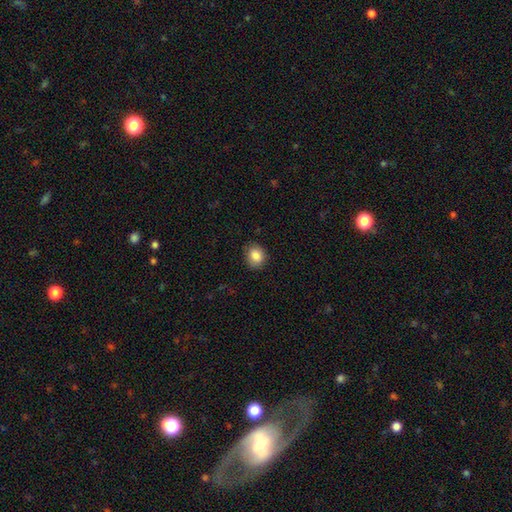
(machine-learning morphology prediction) Smooth or featured? smooth (86%)
How rounded? round (61%)
Merging? none (85%)